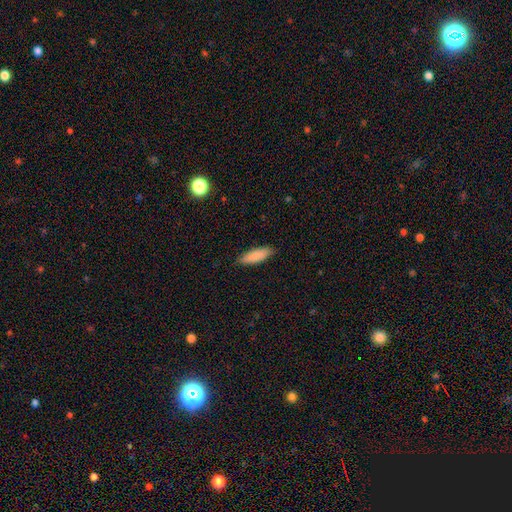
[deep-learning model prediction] Q: Smooth or featured?
A: smooth (85%); runner-up: featured or disk (9%)
Q: How rounded?
A: in between (52%); runner-up: cigar-shaped (47%)
Q: Merging?
A: none (86%); runner-up: minor disturbance (11%)